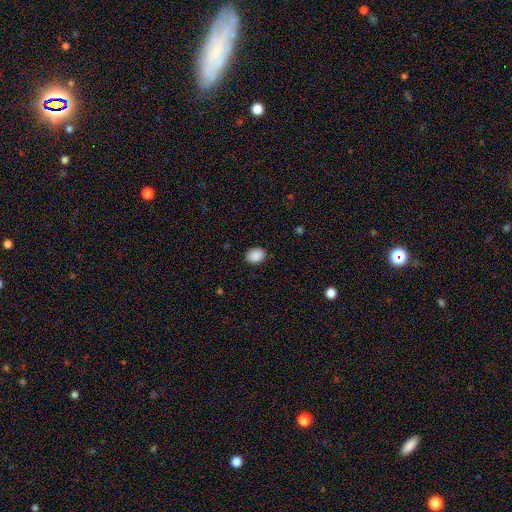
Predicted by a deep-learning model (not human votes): Q: Smooth or featured?
A: smooth (89%); runner-up: star or artifact (8%)
Q: How rounded?
A: in between (54%); runner-up: round (45%)
Q: Merging?
A: none (88%); runner-up: minor disturbance (9%)